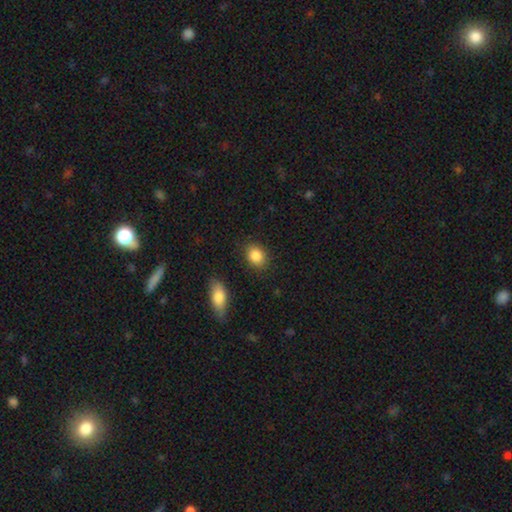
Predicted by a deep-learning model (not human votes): This is clearly a smooth galaxy (87%). How rounded: possibly in between (60%). Merging: clearly none (84%).